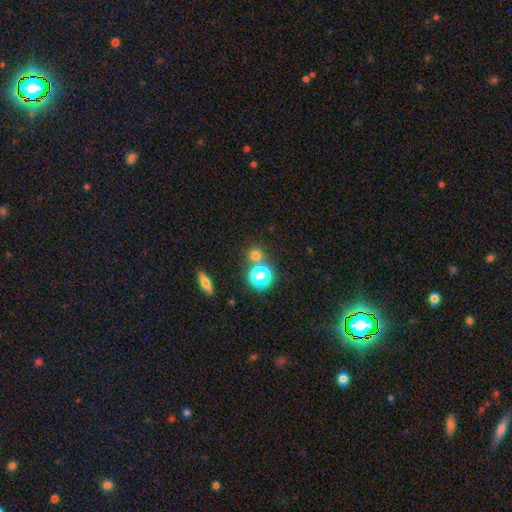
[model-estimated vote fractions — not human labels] Smooth or featured?
  - smooth: 69% *
  - star or artifact: 24%
  - featured or disk: 7%
How rounded?
  - round: 89% *
  - in between: 10%
  - cigar-shaped: 2%
Merging?
  - none: 72% *
  - merger: 17%
  - minor disturbance: 7%
  - major disturbance: 3%